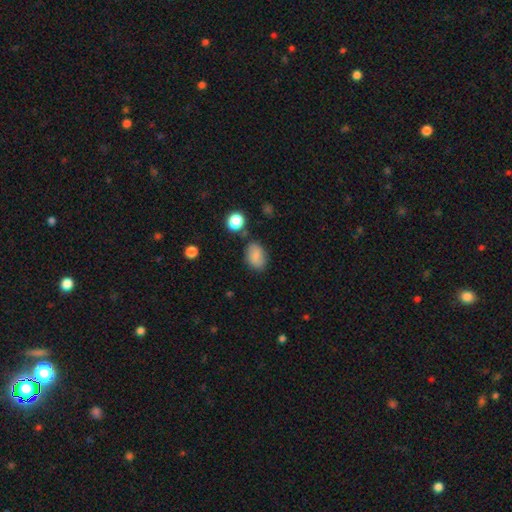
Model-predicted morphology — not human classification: This is likely a smooth galaxy (80%). How rounded: likely in between (79%). Merging: likely none (76%).